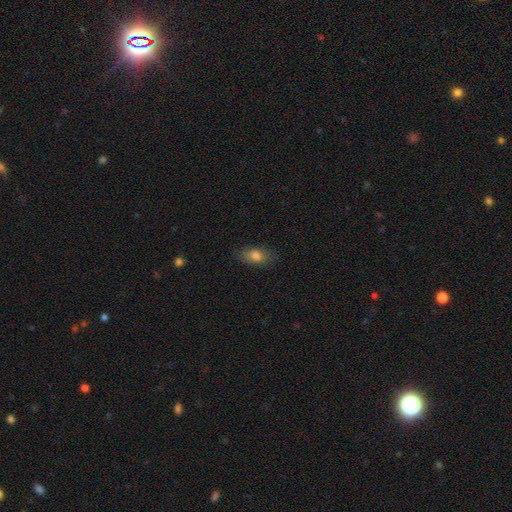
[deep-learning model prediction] A smooth galaxy with no disk features (78%) that is in between round and cigar-shaped (87%).

Vote fractions:
- Smooth or featured? smooth: 78% / featured or disk: 13% / star or artifact: 9%
- How rounded? in between: 87% / cigar-shaped: 7% / round: 7%
- Merging? none: 81% / minor disturbance: 15% / major disturbance: 4% / merger: 1%